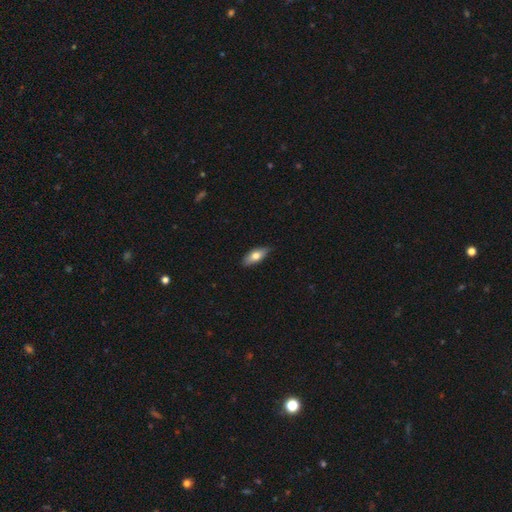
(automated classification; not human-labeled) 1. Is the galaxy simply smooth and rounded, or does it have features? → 72% smooth, 22% featured or disk, 6% star or artifact.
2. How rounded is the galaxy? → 79% in between, 18% cigar-shaped, 3% round.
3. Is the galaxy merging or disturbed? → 83% none, 14% minor disturbance, 2% major disturbance, 1% merger.